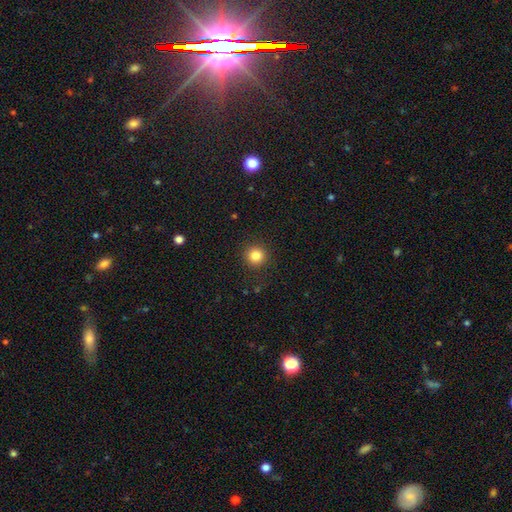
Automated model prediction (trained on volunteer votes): Q: Smooth or featured?
A: smooth (84%); runner-up: star or artifact (11%)
Q: How rounded?
A: round (94%); runner-up: in between (5%)
Q: Merging?
A: none (91%); runner-up: minor disturbance (6%)